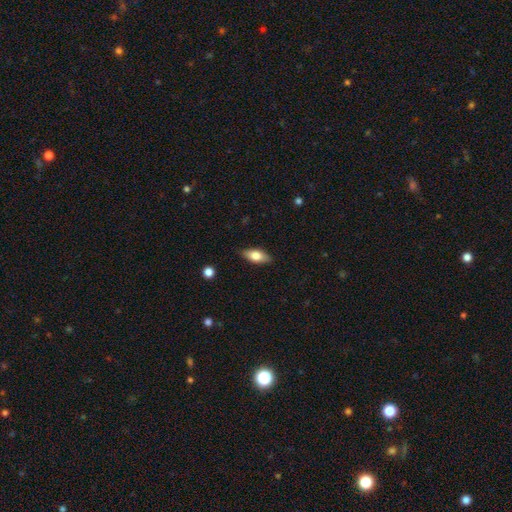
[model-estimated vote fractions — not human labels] Smooth or featured? smooth (71%)
How rounded? in between (82%)
Merging? none (86%)